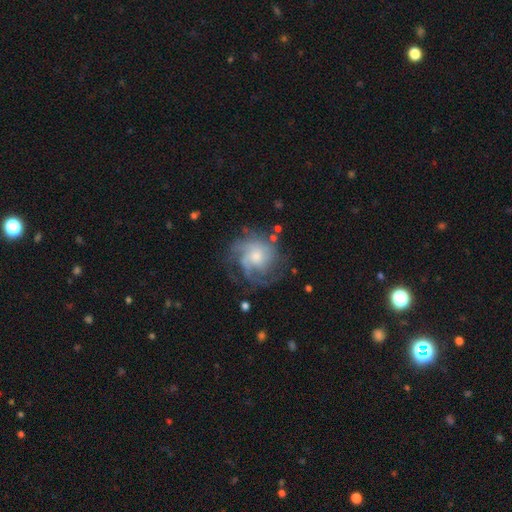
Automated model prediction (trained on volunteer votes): This appears to be a featured or disk galaxy (73%) with no bar (73%), tight (45%) spiral arms (89%) and a moderate central bulge (49%). Merging: none (60%).